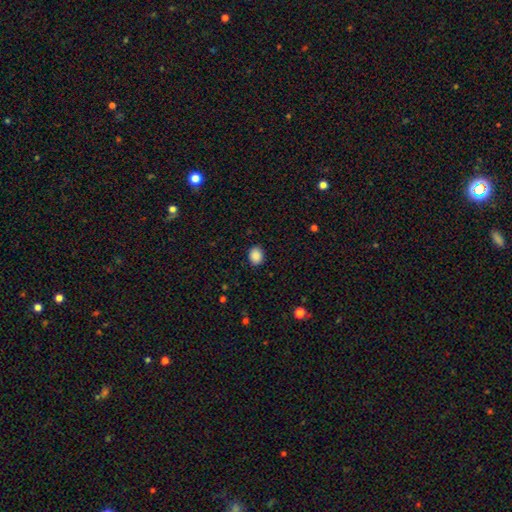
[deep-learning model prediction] A smooth galaxy with no disk features (89%) that is in between round and cigar-shaped (51%).

Vote fractions:
- Smooth or featured? smooth: 89% / star or artifact: 9% / featured or disk: 3%
- How rounded? in between: 51% / round: 48% / cigar-shaped: 1%
- Merging? none: 88% / minor disturbance: 8% / major disturbance: 2% / merger: 1%